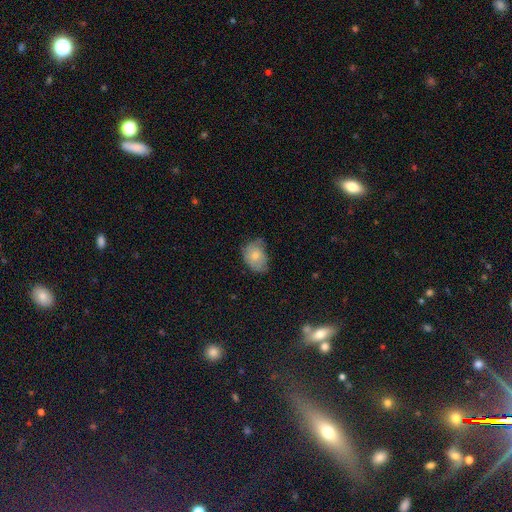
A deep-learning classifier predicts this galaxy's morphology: smooth 74%, featured or disk 18%, star or artifact 8%. Down the decision tree: how rounded — in between (72%); merging — none (49%).